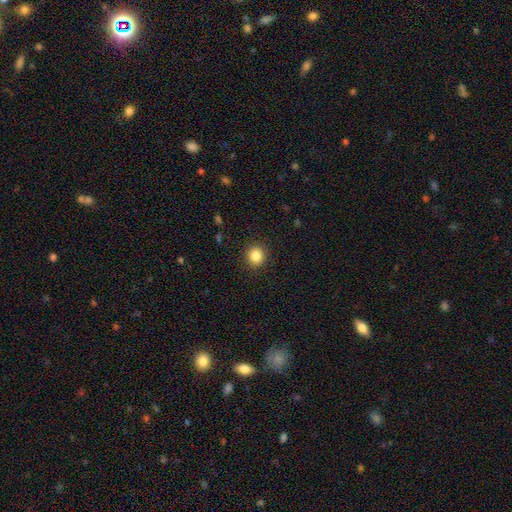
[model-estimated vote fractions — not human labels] Smooth or featured? smooth (85%)
How rounded? round (88%)
Merging? none (91%)